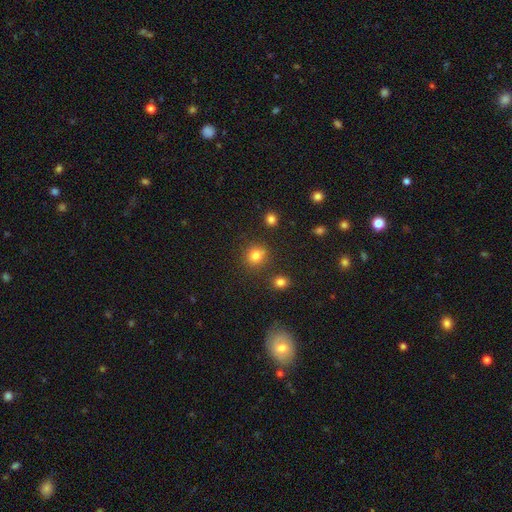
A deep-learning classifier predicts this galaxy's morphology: Overall: smooth (80%). How rounded: round (86%). Merging: none (76%).